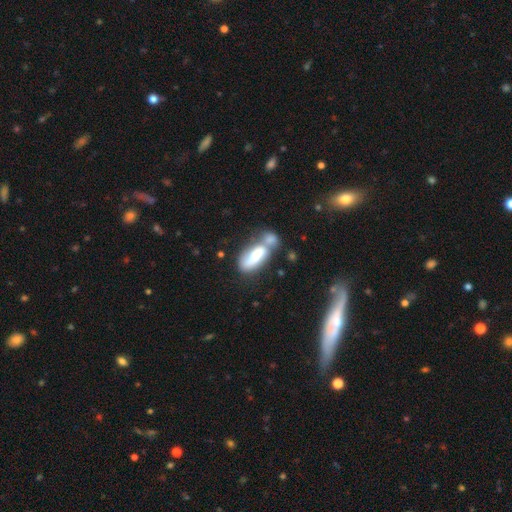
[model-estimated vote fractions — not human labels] A smooth galaxy with no disk features (68%) that is in between round and cigar-shaped (77%).

Vote fractions:
- Smooth or featured? smooth: 68% / featured or disk: 25% / star or artifact: 7%
- How rounded? in between: 77% / cigar-shaped: 20% / round: 3%
- Merging? merger: 57% / none: 20% / minor disturbance: 13% / major disturbance: 10%